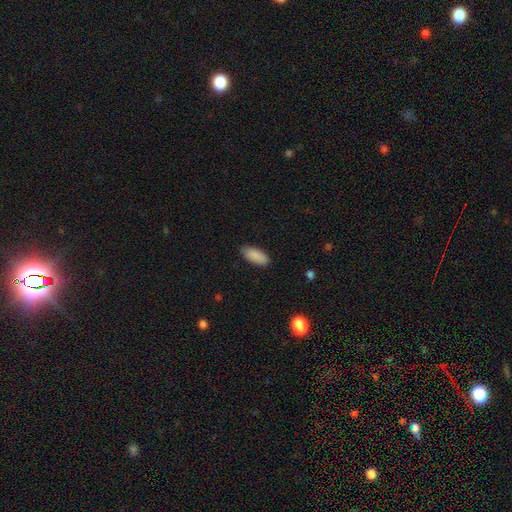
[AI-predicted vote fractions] Smooth or featured?
  - smooth: 90% *
  - star or artifact: 6%
  - featured or disk: 4%
How rounded?
  - in between: 88% *
  - cigar-shaped: 10%
  - round: 2%
Merging?
  - none: 85% *
  - minor disturbance: 12%
  - major disturbance: 2%
  - merger: 1%